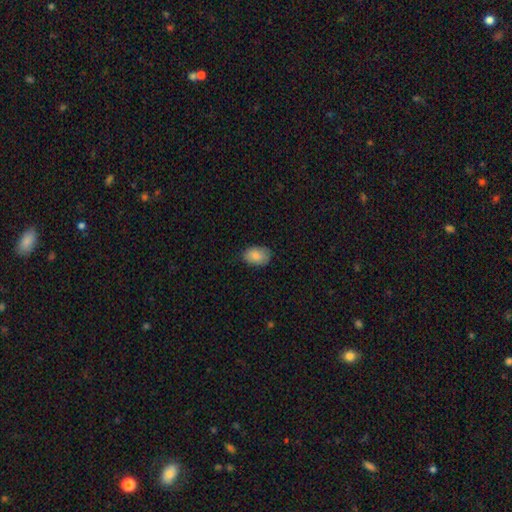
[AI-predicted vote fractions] smooth-or-featured: smooth: 85% | featured or disk: 7% | star or artifact: 7%
  how-rounded: in between: 85% | round: 14% | cigar-shaped: 1%
  merging: none: 79% | minor disturbance: 17% | major disturbance: 3% | merger: 1%